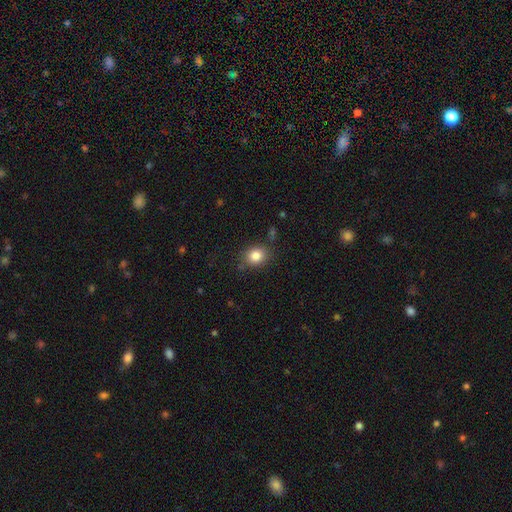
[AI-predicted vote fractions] Smooth or featured?
  - smooth: 84% *
  - star or artifact: 10%
  - featured or disk: 6%
How rounded?
  - round: 54% *
  - in between: 45%
  - cigar-shaped: 1%
Merging?
  - none: 79% *
  - minor disturbance: 14%
  - major disturbance: 4%
  - merger: 3%